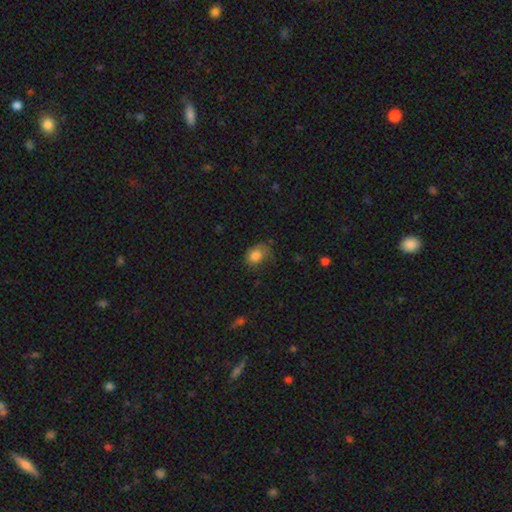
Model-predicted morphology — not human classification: A smooth galaxy with no disk features (83%) that is in between round and cigar-shaped (62%). Merging: none (52%).